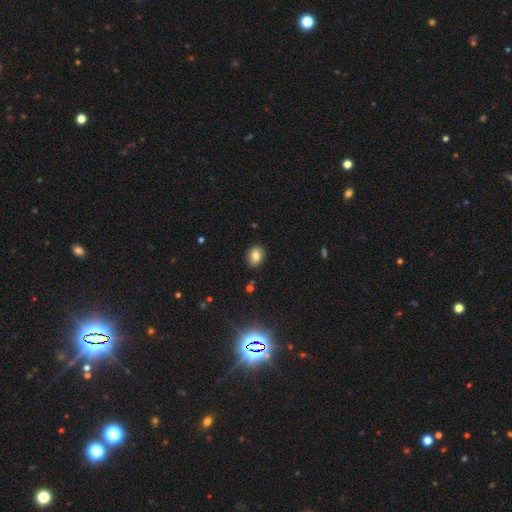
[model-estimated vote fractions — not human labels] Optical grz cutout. It shows a smooth galaxy with no disk features (79%) that is in between round and cigar-shaped (51%). Merging: none (87%).